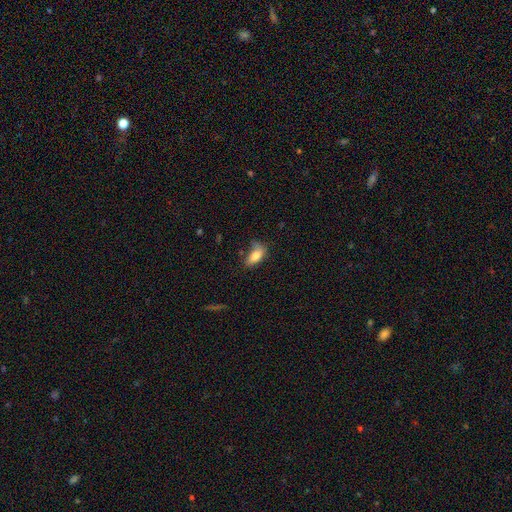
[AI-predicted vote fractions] Smooth or featured? Predicted: smooth (p=0.78). How rounded? Predicted: in between (p=0.85). Merging? Predicted: none (p=0.42).